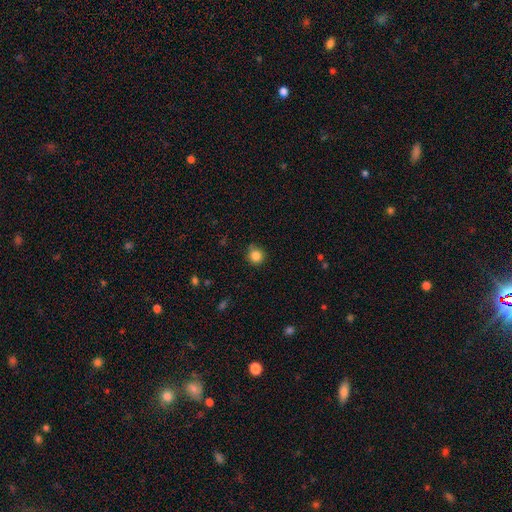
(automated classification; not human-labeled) smooth_or_featured: smooth (p=0.85) [alt: star or artifact p=0.11]
how_rounded: round (p=0.91) [alt: in between p=0.08]
merging: none (p=0.77) [alt: minor disturbance p=0.17]